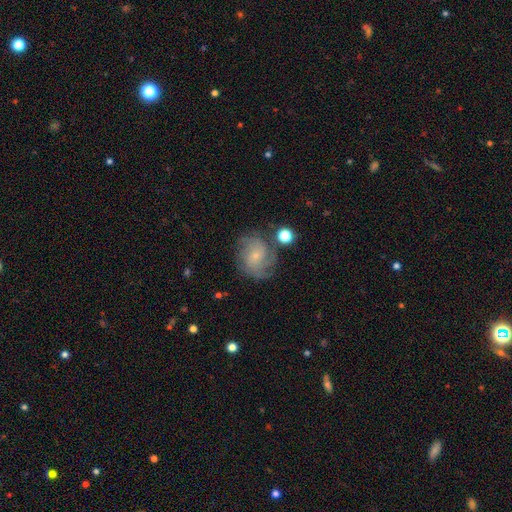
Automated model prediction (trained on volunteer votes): featured or disk 71%, smooth 20%, star or artifact 9%. Down the decision tree: edge-on disk — no (98%); bar — no (69%); spiral arms — yes (92%); spiral arm count — can't tell (30%); spiral winding — tight (43%); bulge size — small (79%); merging — none (68%).